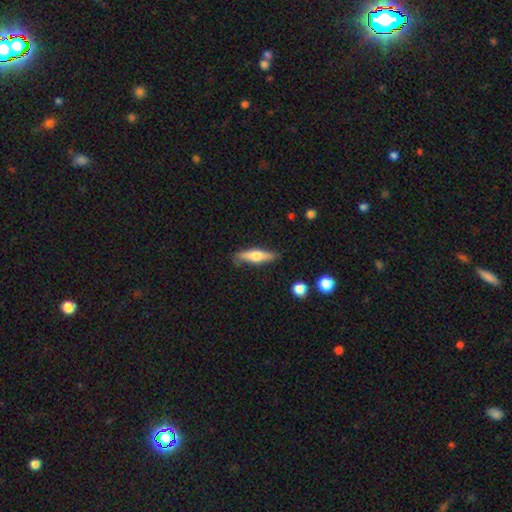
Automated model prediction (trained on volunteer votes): smooth 48%, featured or disk 46%, star or artifact 6%. Down the decision tree: merging — none (81%).